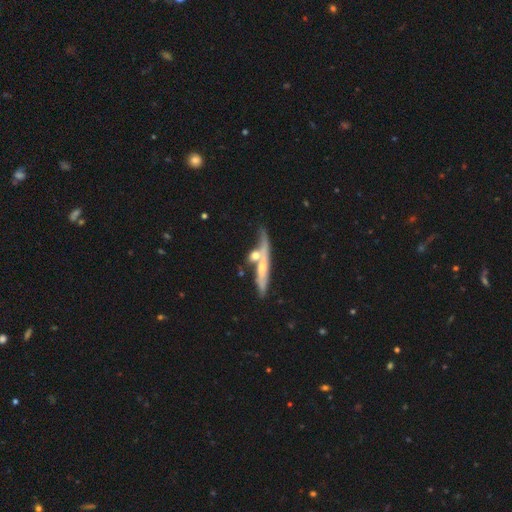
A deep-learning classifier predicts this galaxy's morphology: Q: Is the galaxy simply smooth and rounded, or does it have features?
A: featured or disk — 50%.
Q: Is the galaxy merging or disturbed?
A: merger — 39%.